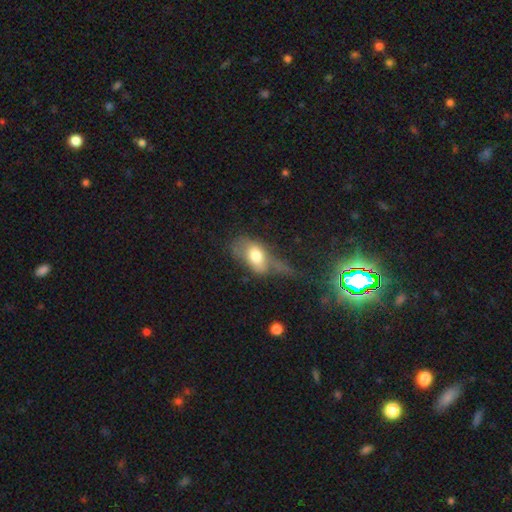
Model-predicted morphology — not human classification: Smooth or featured?
  - smooth: 69% *
  - featured or disk: 23%
  - star or artifact: 8%
How rounded?
  - in between: 89% *
  - round: 8%
  - cigar-shaped: 4%
Merging?
  - major disturbance: 41% *
  - minor disturbance: 26%
  - none: 23%
  - merger: 10%